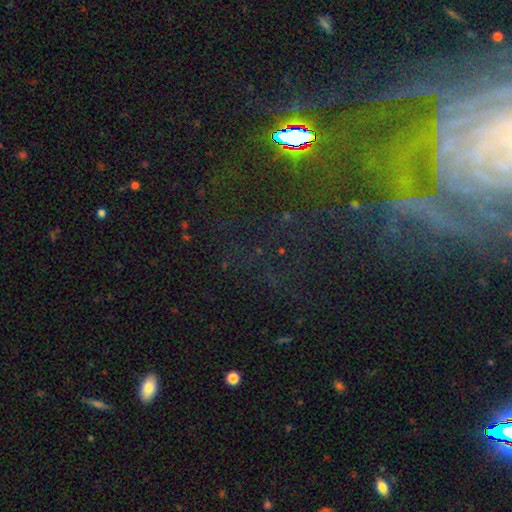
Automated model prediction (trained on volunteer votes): Smooth or featured?
  - star or artifact: 52% *
  - featured or disk: 31%
  - smooth: 17%